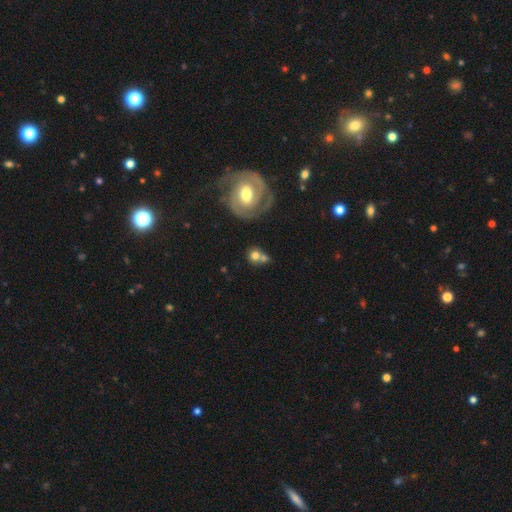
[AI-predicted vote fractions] A smooth galaxy with no disk features (67%) that is round (81%). Merging: none (45%).